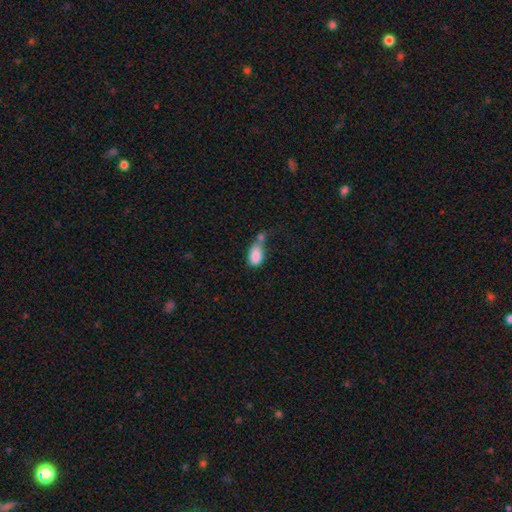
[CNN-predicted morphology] type=smooth (84%); roundness=in between (86%); merging=merger (39%).